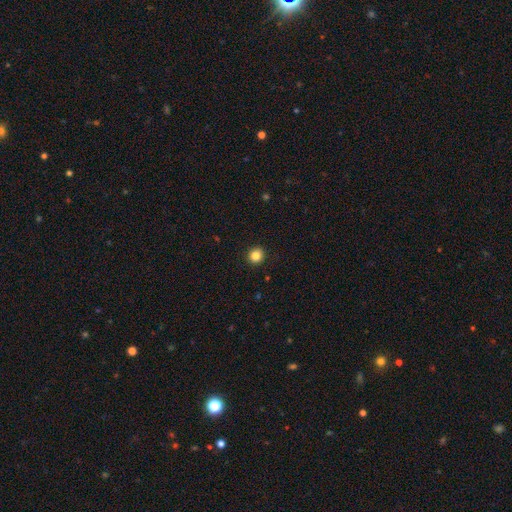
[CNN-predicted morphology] This is clearly a smooth galaxy (85%). How rounded: clearly round (91%). Merging: clearly none (93%).